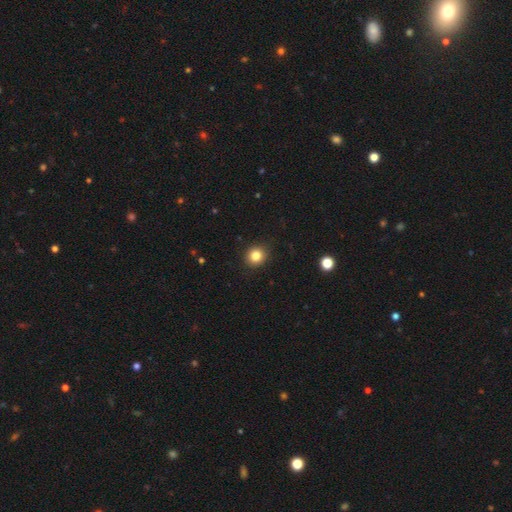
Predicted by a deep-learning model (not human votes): Smooth or featured?
  - smooth: 83% *
  - star or artifact: 11%
  - featured or disk: 6%
How rounded?
  - round: 86% *
  - in between: 13%
  - cigar-shaped: 1%
Merging?
  - none: 91% *
  - minor disturbance: 6%
  - major disturbance: 2%
  - merger: 1%